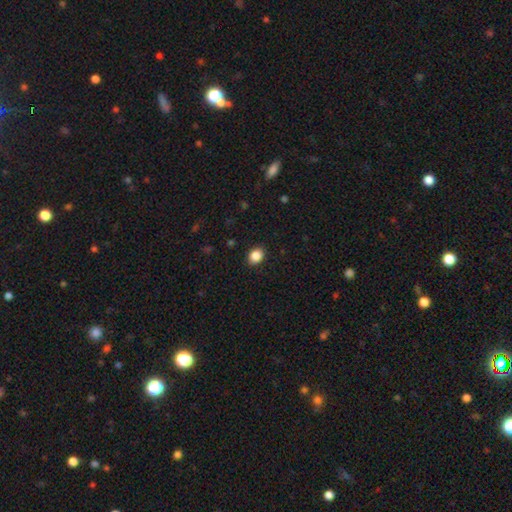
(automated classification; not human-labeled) This appears to be a smooth galaxy with no disk features (87%) that is round (54%). Merging: none (91%).